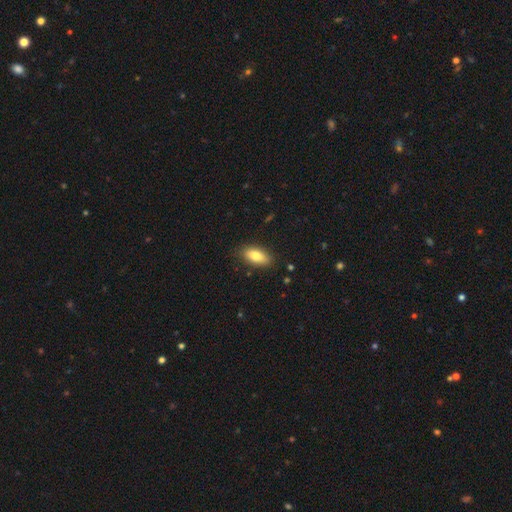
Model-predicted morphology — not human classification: smooth-or-featured: smooth: 82% | featured or disk: 11% | star or artifact: 7%
  how-rounded: in between: 86% | cigar-shaped: 11% | round: 3%
  merging: none: 85% | minor disturbance: 11% | major disturbance: 2% | merger: 1%